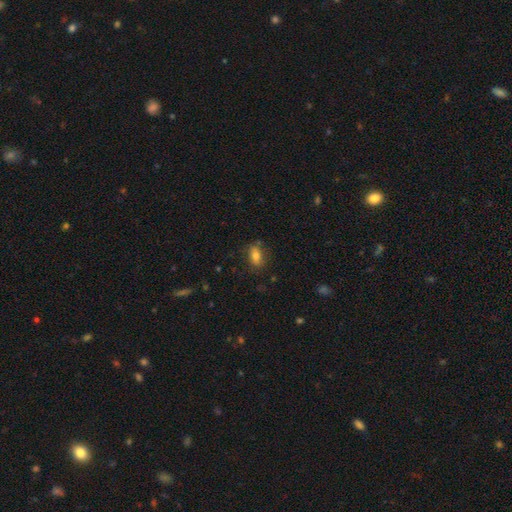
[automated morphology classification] smooth_or_featured: smooth (p=0.76) [alt: featured or disk p=0.14]
how_rounded: in between (p=0.80) [alt: round p=0.12]
merging: none (p=0.76) [alt: minor disturbance p=0.17]